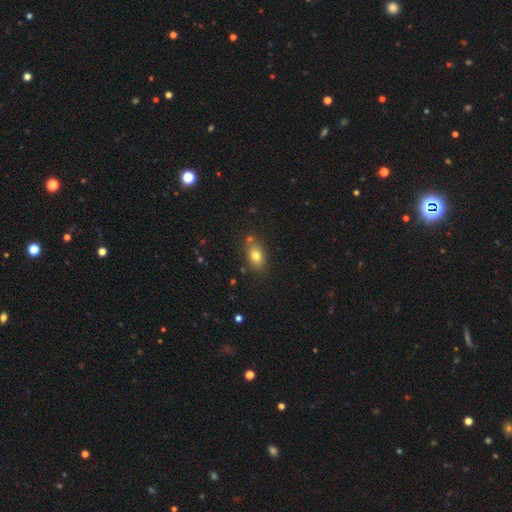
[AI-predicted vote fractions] smooth-or-featured: smooth: 79% | featured or disk: 11% | star or artifact: 11%
  how-rounded: in between: 79% | round: 19% | cigar-shaped: 3%
  merging: none: 75% | minor disturbance: 13% | merger: 8% | major disturbance: 3%